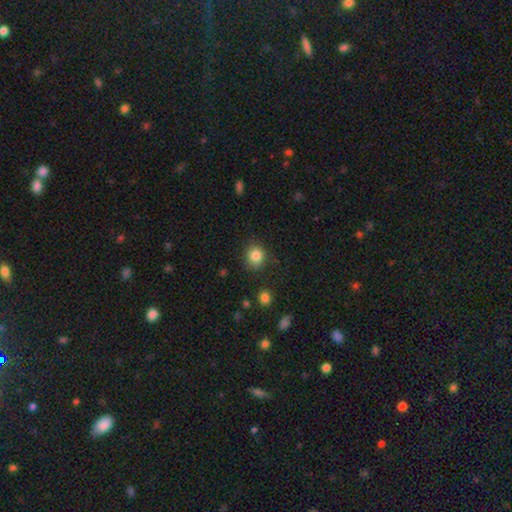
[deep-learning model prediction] Smooth or featured? Predicted: smooth (p=0.84). How rounded? Predicted: round (p=0.79). Merging? Predicted: none (p=0.84).